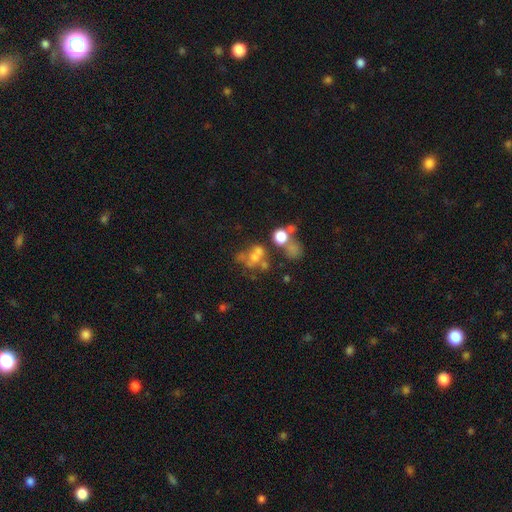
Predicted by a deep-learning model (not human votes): Smooth or featured? smooth (48%)
Merging? merger (41%)